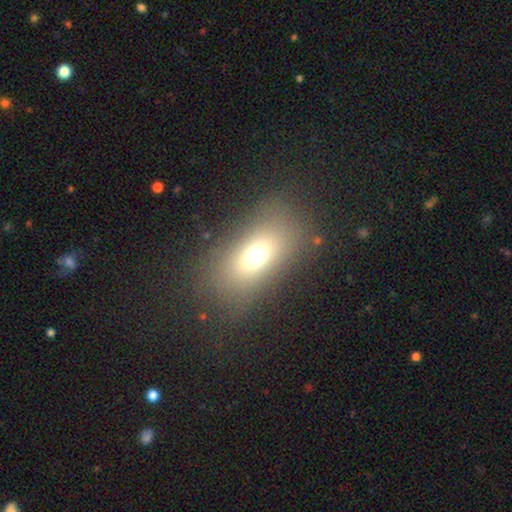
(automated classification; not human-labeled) Smooth or featured? Predicted: smooth (p=0.65). How rounded? Predicted: in between (p=0.79). Merging? Predicted: none (p=0.77).